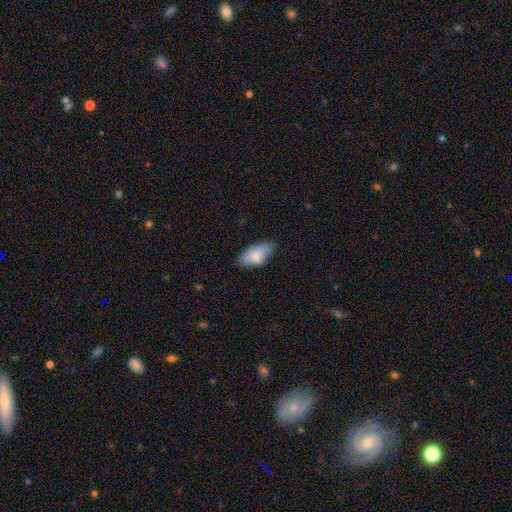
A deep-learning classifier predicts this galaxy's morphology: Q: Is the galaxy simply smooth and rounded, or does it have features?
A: smooth — 81%.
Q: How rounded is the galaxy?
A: in between — 93%.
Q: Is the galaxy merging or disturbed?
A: none — 67%.